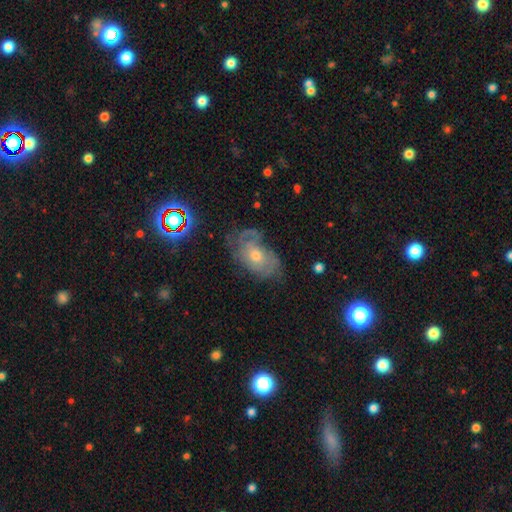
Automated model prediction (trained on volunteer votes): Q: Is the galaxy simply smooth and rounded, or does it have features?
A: featured or disk — 65%.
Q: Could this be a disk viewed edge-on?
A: no — 95%.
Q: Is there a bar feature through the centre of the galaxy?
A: no — 80%.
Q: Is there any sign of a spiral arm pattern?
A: yes — 78%.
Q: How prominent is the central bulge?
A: moderate — 61%.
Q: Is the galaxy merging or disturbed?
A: none — 57%.